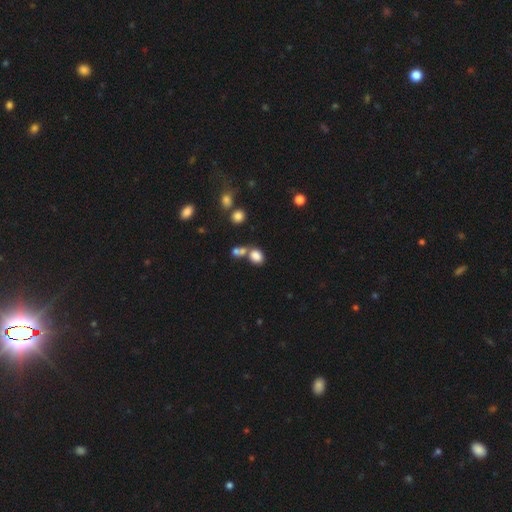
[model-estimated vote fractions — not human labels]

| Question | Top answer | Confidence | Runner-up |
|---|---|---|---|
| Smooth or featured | smooth | 80% | star or artifact (13%) |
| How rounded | in between | 59% | round (40%) |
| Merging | none | 48% | merger (35%) |